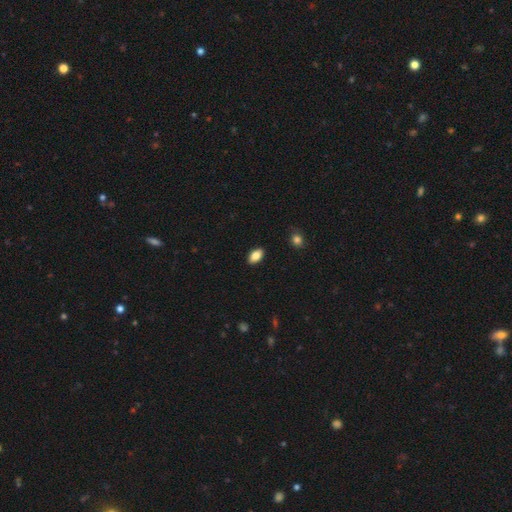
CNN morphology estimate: smooth 84%, featured or disk 8%, star or artifact 8%. Down the decision tree: how rounded — in between (92%); merging — none (89%).